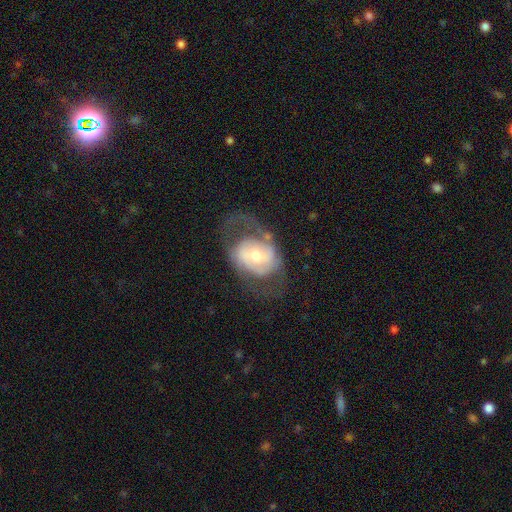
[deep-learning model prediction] A featured or disk galaxy (74%) with no bar (50%), 2 (70%) medium (44%) spiral arms (74%) and a moderate central bulge (52%). Merging: none (55%).